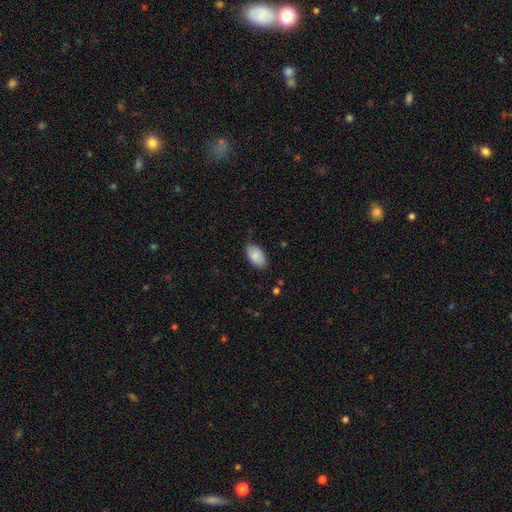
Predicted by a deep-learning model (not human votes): smooth_or_featured: smooth (p=0.87) [alt: featured or disk p=0.07]
how_rounded: in between (p=0.95) [alt: round p=0.04]
merging: none (p=0.81) [alt: minor disturbance p=0.15]